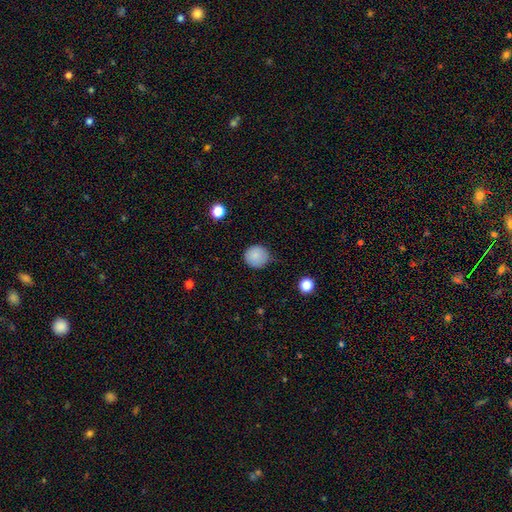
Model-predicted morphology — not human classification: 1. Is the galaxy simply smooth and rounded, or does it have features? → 86% smooth, 9% star or artifact, 5% featured or disk.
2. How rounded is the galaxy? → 93% round, 6% in between, 1% cigar-shaped.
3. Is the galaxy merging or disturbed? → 78% none, 17% minor disturbance, 3% major disturbance, 1% merger.